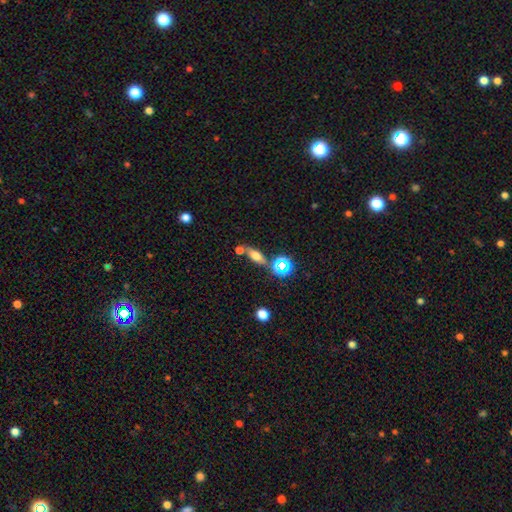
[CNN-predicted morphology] Smooth or featured?
  - smooth: 55% *
  - featured or disk: 27%
  - star or artifact: 17%
How rounded?
  - in between: 58% *
  - cigar-shaped: 30%
  - round: 11%
Merging?
  - none: 65% *
  - merger: 18%
  - minor disturbance: 12%
  - major disturbance: 5%